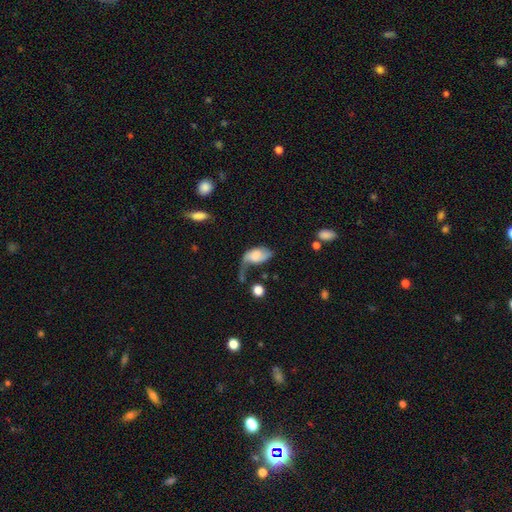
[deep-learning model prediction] This is possibly a smooth galaxy (49%). Merging: possibly major disturbance (46%).